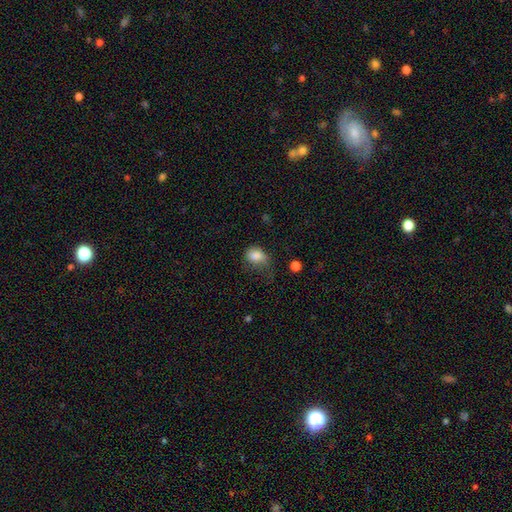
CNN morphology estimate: A smooth galaxy with no disk features (82%) that is in between round and cigar-shaped (65%). Merging: minor disturbance (35%).